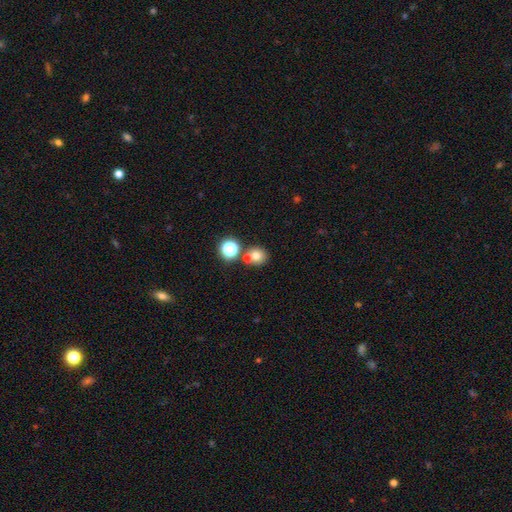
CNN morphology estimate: smooth-or-featured: smooth: 71% | star or artifact: 17% | featured or disk: 12%
  how-rounded: round: 82% | in between: 17% | cigar-shaped: 1%
  merging: none: 58% | merger: 31% | minor disturbance: 8% | major disturbance: 3%